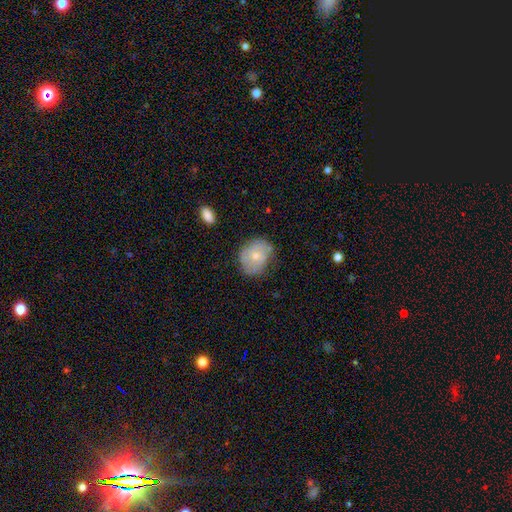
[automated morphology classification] Smooth or featured? Predicted: smooth (p=0.57). How rounded? Predicted: round (p=0.61). Merging? Predicted: none (p=0.61).